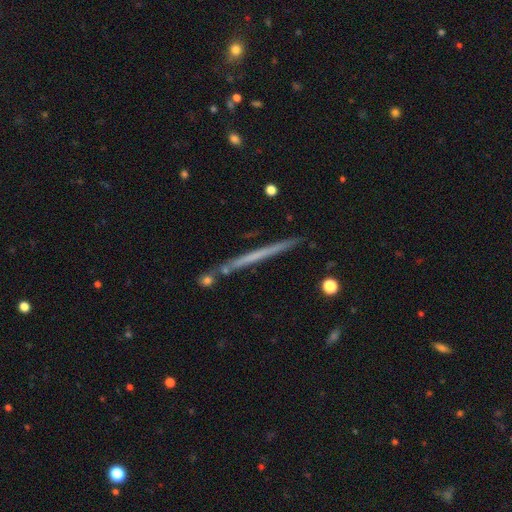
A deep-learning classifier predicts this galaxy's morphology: This is possibly a featured or disk galaxy (52%). It is clearly viewed edge-on (97%). Edge-on bulge: clearly none (92%). Merging: clearly none (86%).